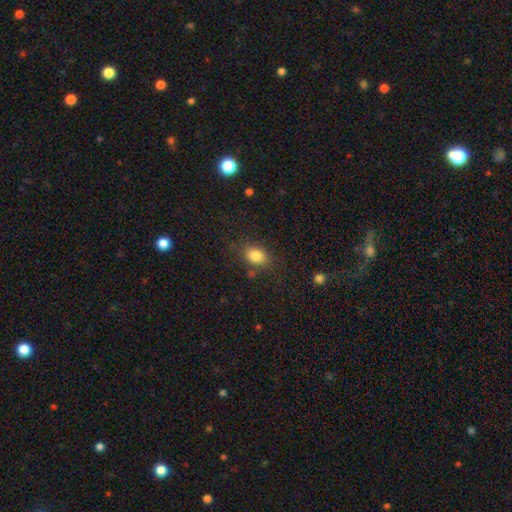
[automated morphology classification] The model was most divided on "how rounded": in between: 74%, round: 24%, cigar-shaped: 2%. More confident: smooth or featured — smooth (83%); merging — none (77%).